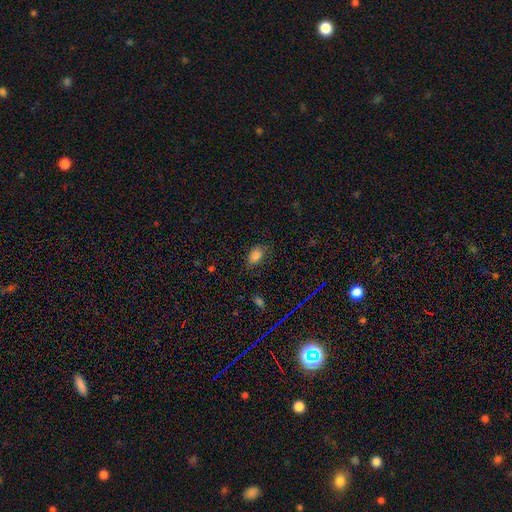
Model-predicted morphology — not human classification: This is clearly a smooth galaxy (81%). How rounded: clearly in between (83%). Merging: likely none (71%).